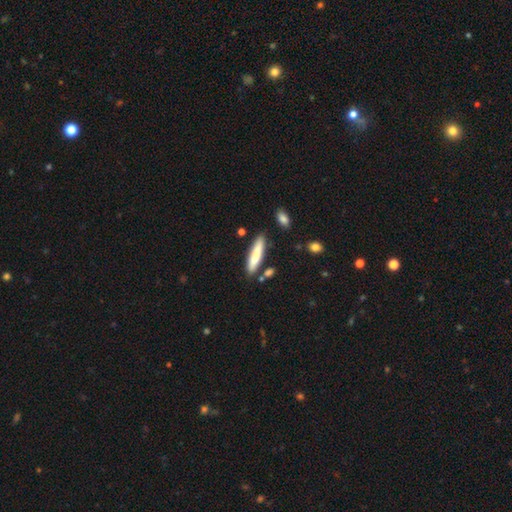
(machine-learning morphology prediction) A smooth galaxy with no disk features (78%) that is cigar-shaped (83%). Merging: none (82%).